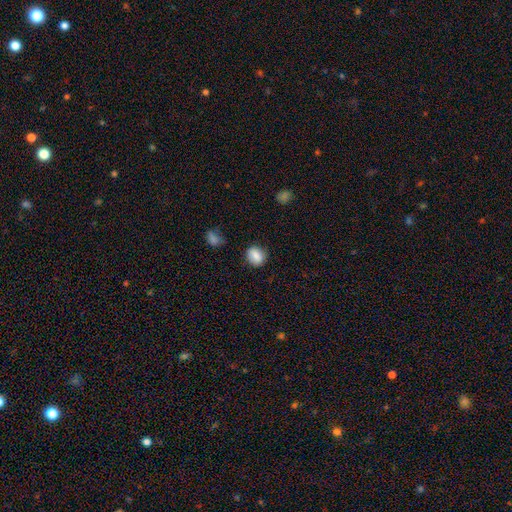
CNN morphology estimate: Smooth or featured?
  - smooth: 83% *
  - featured or disk: 9%
  - star or artifact: 9%
How rounded?
  - round: 55% *
  - in between: 44%
  - cigar-shaped: 2%
Merging?
  - none: 80% *
  - minor disturbance: 14%
  - major disturbance: 4%
  - merger: 2%